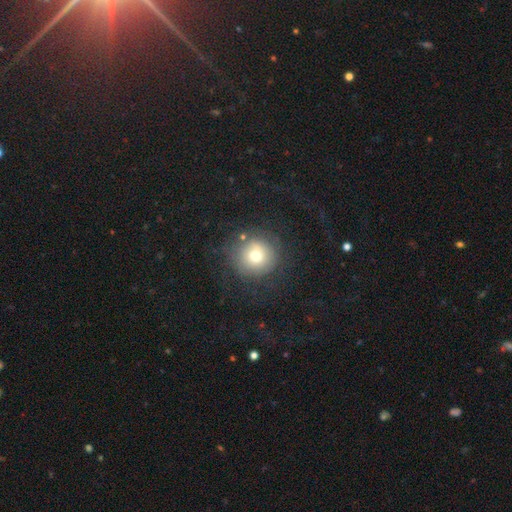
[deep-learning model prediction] Q: Smooth or featured?
A: smooth (67%); runner-up: featured or disk (20%)
Q: How rounded?
A: round (94%); runner-up: in between (5%)
Q: Merging?
A: none (77%); runner-up: minor disturbance (13%)